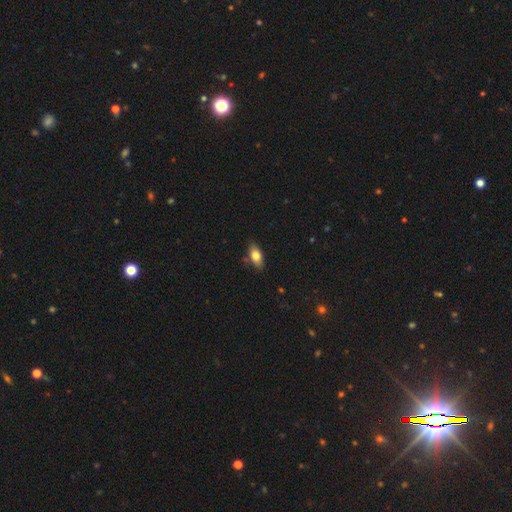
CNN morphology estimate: This is likely a smooth galaxy (76%). How rounded: clearly in between (86%). Merging: likely none (78%).